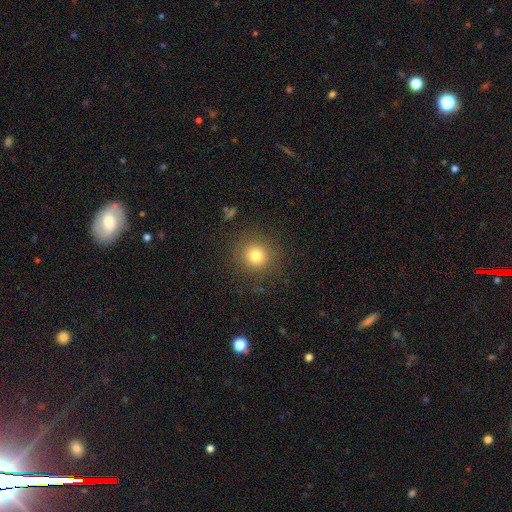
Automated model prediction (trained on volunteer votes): This appears to be a smooth galaxy with no disk features (78%) that is round (92%). Merging: none (88%).